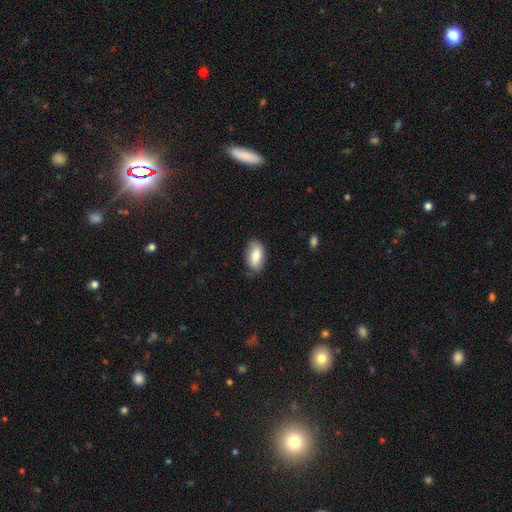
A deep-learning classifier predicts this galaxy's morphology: Smooth or featured? smooth (81%)
How rounded? in between (93%)
Merging? none (76%)